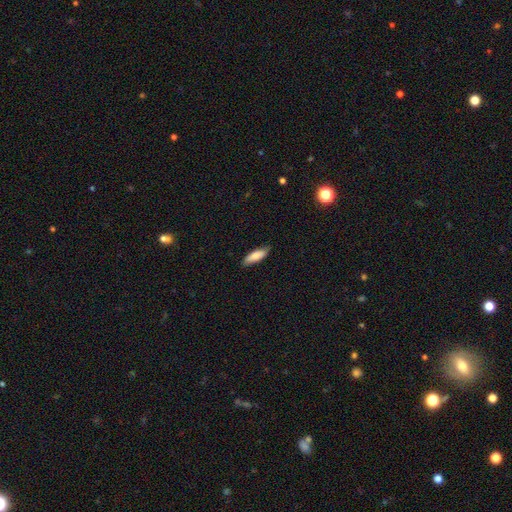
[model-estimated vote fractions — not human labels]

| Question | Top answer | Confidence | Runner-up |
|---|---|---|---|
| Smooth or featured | smooth | 78% | featured or disk (16%) |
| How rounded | cigar-shaped | 52% | in between (46%) |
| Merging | none | 81% | minor disturbance (16%) |